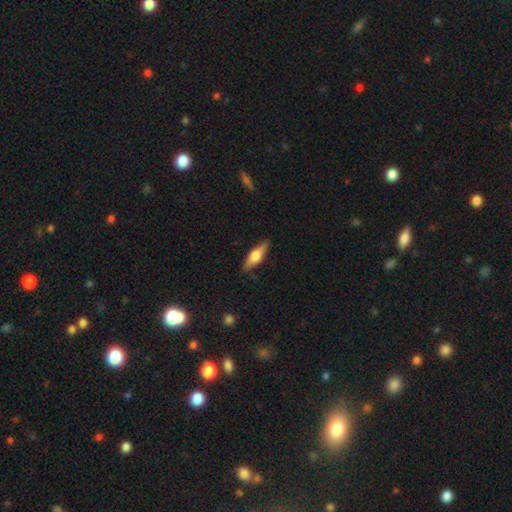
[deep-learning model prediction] This is possibly a featured or disk galaxy (53%). It is clearly viewed edge-on (93%). Merging: clearly none (84%).